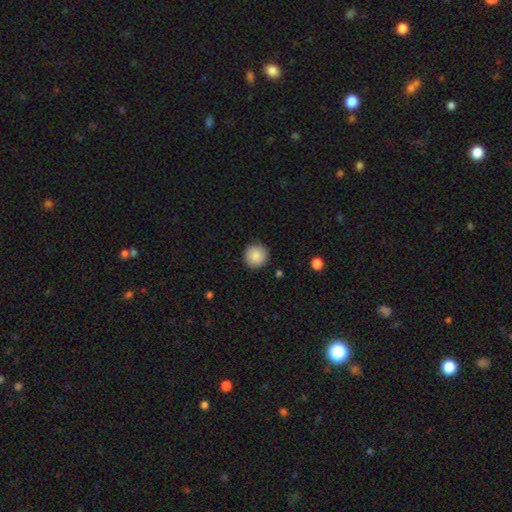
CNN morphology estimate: This is clearly a smooth galaxy (88%). How rounded: clearly round (95%). Merging: clearly none (91%).